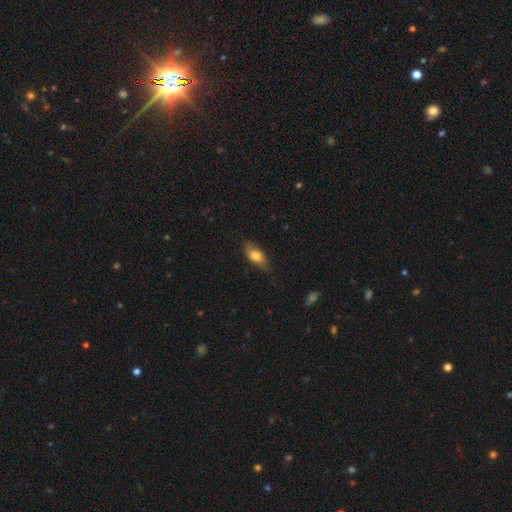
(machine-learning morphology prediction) The model was most divided on "smooth or featured": smooth: 70%, featured or disk: 23%, star or artifact: 7%. More confident: how rounded — in between (79%); merging — none (75%).